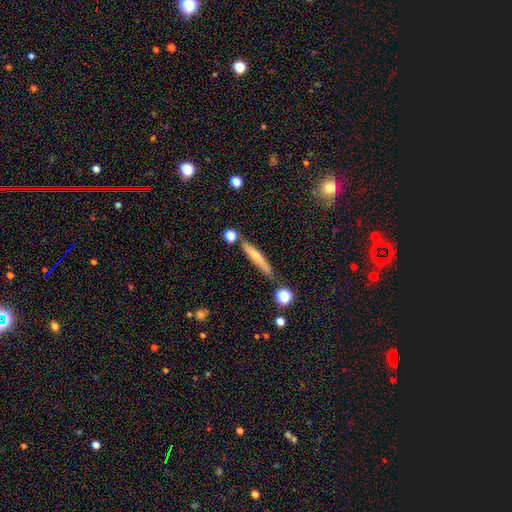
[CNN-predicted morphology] Q: Smooth or featured?
A: featured or disk (48%); runner-up: smooth (45%)
Q: Merging?
A: none (79%); runner-up: minor disturbance (13%)